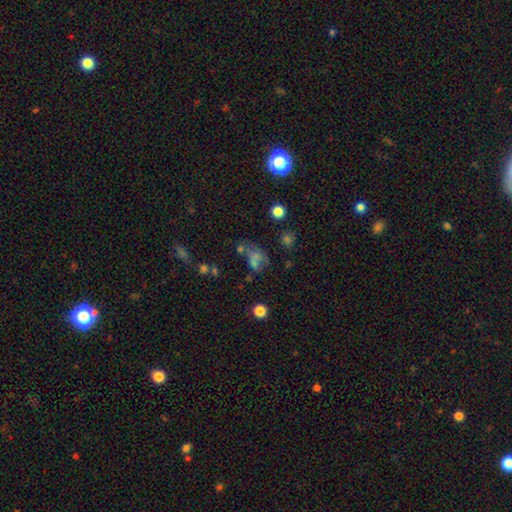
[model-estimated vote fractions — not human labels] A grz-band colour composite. It shows a smooth galaxy with no disk features (44%). Merging: none (36%).